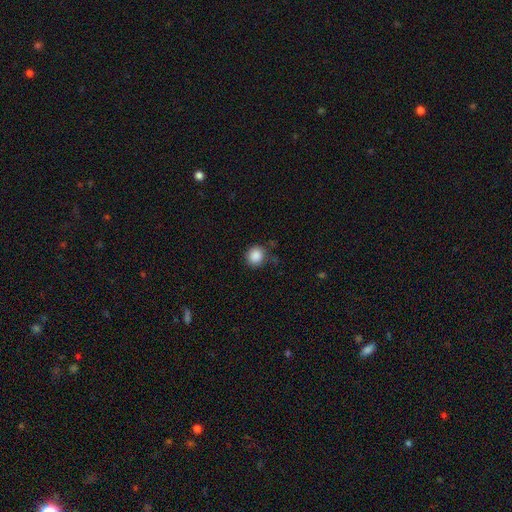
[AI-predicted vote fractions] Smooth or featured? Predicted: smooth (p=0.88). How rounded? Predicted: round (p=0.87). Merging? Predicted: none (p=0.80).